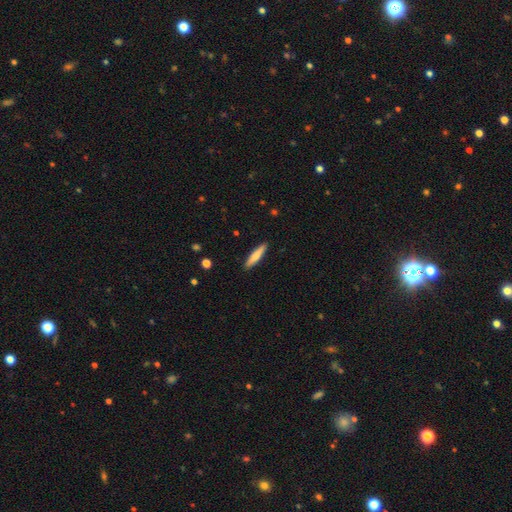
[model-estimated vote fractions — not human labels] Smooth or featured? smooth (71%)
How rounded? cigar-shaped (87%)
Merging? none (91%)